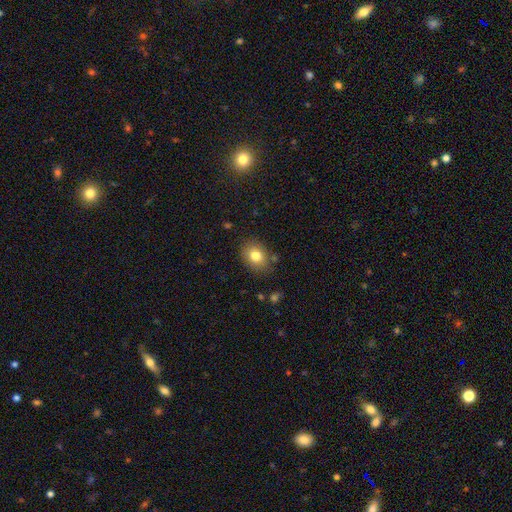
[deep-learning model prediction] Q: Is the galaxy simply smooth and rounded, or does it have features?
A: smooth — 80%.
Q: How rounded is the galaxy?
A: in between — 57%.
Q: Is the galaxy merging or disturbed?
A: none — 82%.